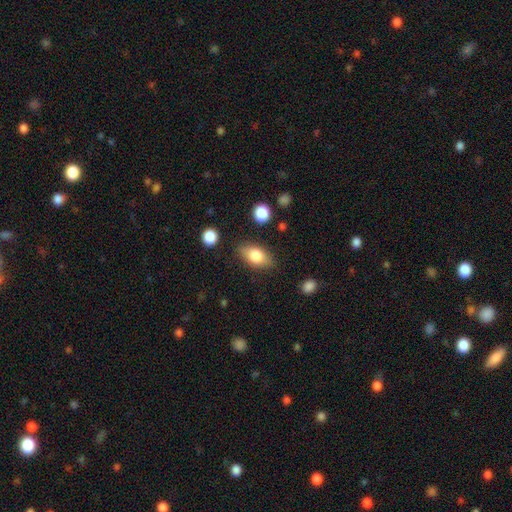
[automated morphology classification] type=smooth (78%); roundness=in between (87%); merging=none (81%).